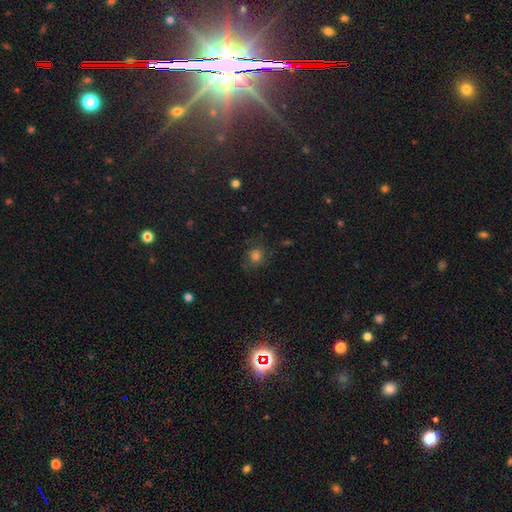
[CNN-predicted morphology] This is possibly a smooth galaxy (56%). How rounded: likely round (80%). Merging: likely none (69%).